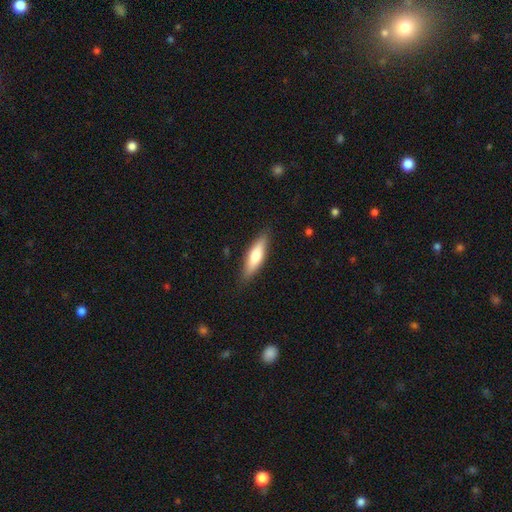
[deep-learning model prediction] Morphology: type=smooth (68%); roundness=cigar-shaped (59%); merging=none (85%).